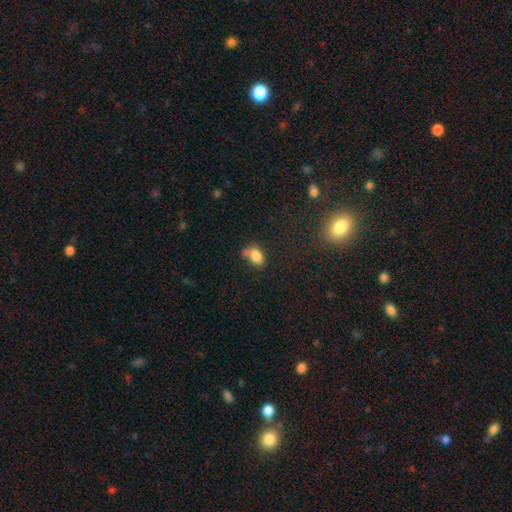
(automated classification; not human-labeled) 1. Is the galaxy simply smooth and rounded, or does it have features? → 82% smooth, 10% star or artifact, 8% featured or disk.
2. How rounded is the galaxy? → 79% in between, 19% round, 2% cigar-shaped.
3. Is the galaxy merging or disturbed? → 48% none, 23% minor disturbance, 20% merger, 9% major disturbance.